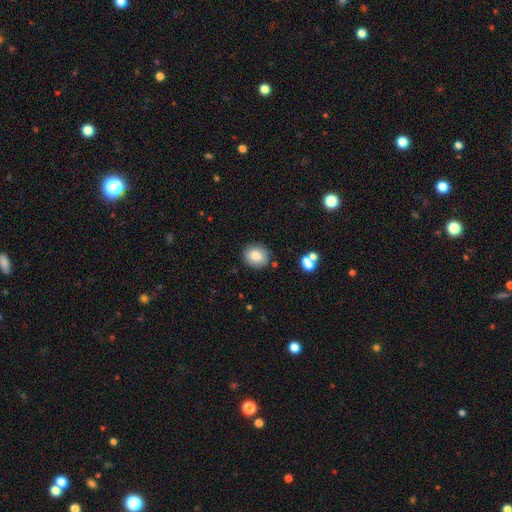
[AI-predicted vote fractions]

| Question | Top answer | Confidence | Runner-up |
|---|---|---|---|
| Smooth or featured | smooth | 83% | star or artifact (9%) |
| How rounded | round | 79% | in between (20%) |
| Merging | none | 86% | minor disturbance (9%) |